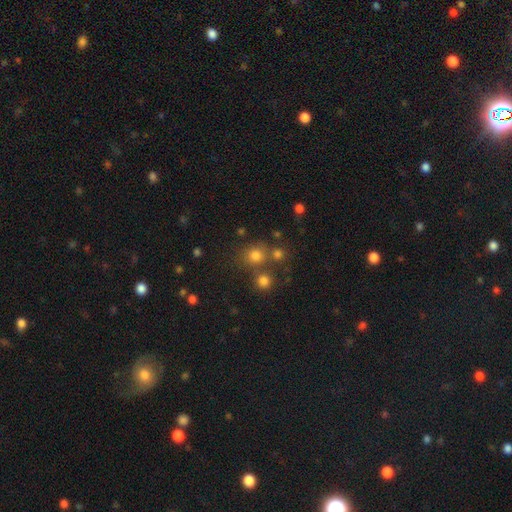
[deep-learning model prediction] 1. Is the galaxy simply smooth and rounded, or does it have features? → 73% smooth, 19% star or artifact, 8% featured or disk.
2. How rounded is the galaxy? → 84% round, 15% in between, 1% cigar-shaped.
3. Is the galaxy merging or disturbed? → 66% none, 21% merger, 9% minor disturbance, 4% major disturbance.